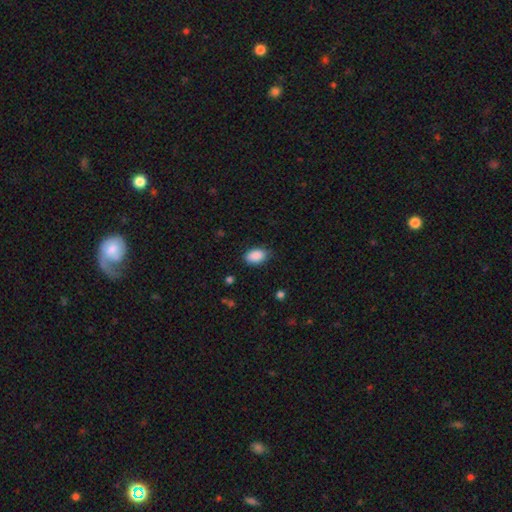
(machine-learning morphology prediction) The model was most divided on "merging": none: 79%, minor disturbance: 16%, major disturbance: 3%, merger: 1%. More confident: how rounded — in between (90%); smooth or featured — smooth (89%).